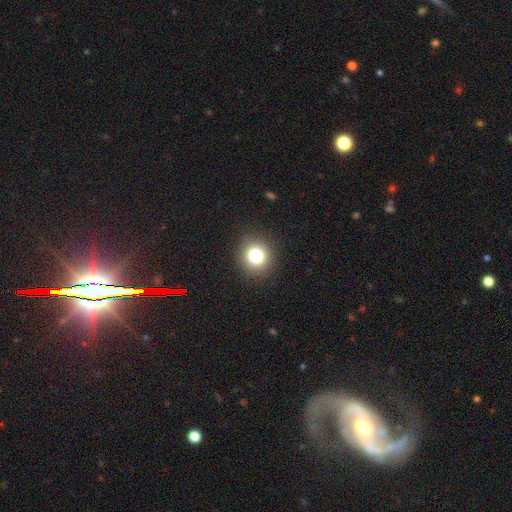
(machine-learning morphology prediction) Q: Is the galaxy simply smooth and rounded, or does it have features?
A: smooth — 82%.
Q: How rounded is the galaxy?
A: round — 88%.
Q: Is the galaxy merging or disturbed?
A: none — 89%.